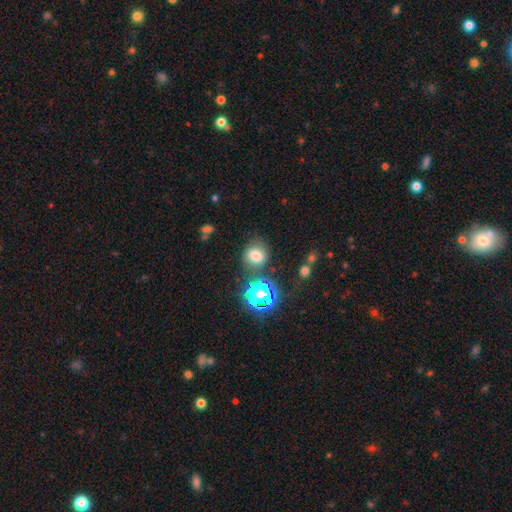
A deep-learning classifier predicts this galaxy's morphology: Overall: smooth (73%). How rounded: round (74%). Merging: none (70%).